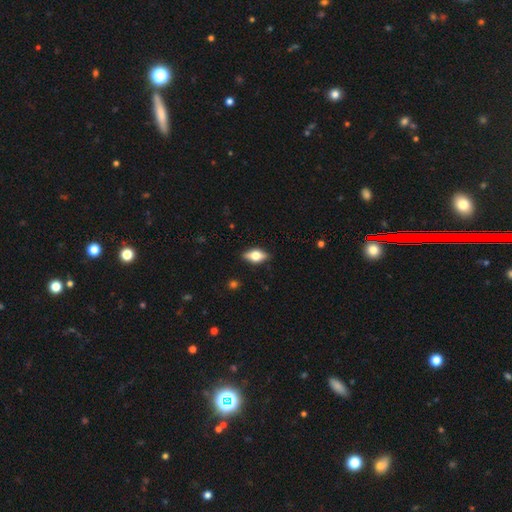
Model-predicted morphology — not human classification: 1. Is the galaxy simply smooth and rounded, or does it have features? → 50% smooth, 42% featured or disk, 8% star or artifact.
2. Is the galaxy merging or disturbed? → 86% none, 11% minor disturbance, 2% major disturbance, 1% merger.